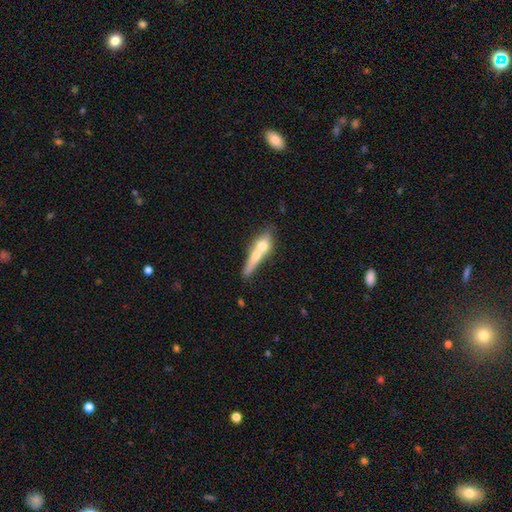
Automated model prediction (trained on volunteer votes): Smooth or featured? Predicted: smooth (p=0.56). How rounded? Predicted: cigar-shaped (p=0.67). Merging? Predicted: merger (p=0.54).